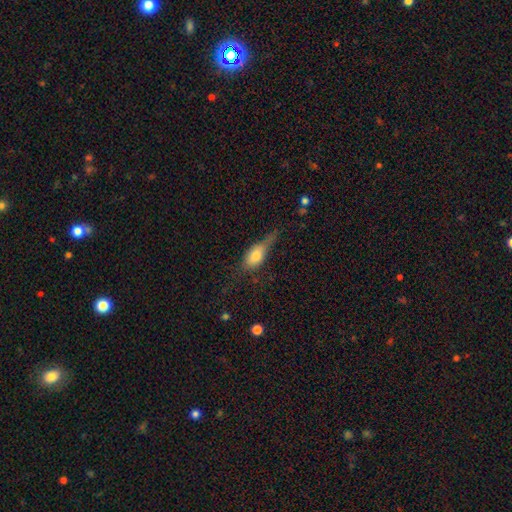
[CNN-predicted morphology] This is likely a smooth galaxy (71%). How rounded: likely in between (76%). Merging: marginally minor disturbance (37%).